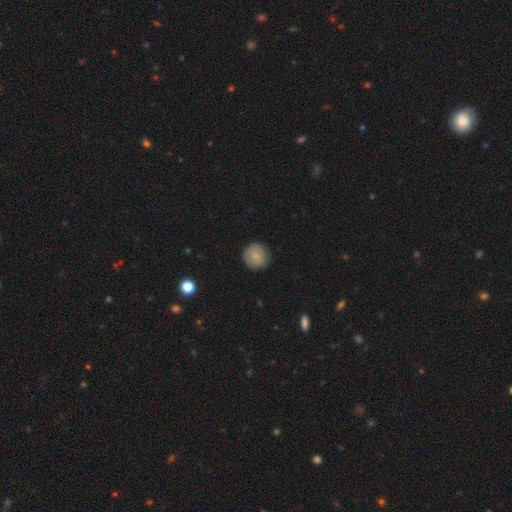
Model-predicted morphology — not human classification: A smooth galaxy with no disk features (82%) that is round (94%).

Vote fractions:
- Smooth or featured? smooth: 82% / featured or disk: 10% / star or artifact: 8%
- How rounded? round: 94% / in between: 5% / cigar-shaped: 1%
- Merging? none: 86% / minor disturbance: 10% / major disturbance: 2% / merger: 1%